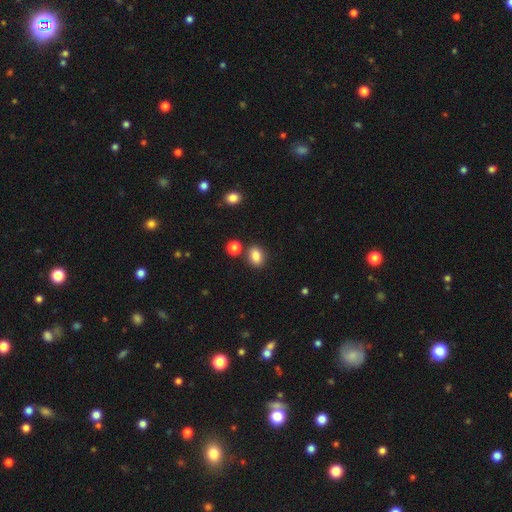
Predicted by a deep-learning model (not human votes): smooth-or-featured: smooth: 85% | star or artifact: 10% | featured or disk: 5%
  how-rounded: in between: 69% | round: 30% | cigar-shaped: 1%
  merging: none: 79% | minor disturbance: 10% | merger: 8% | major disturbance: 3%